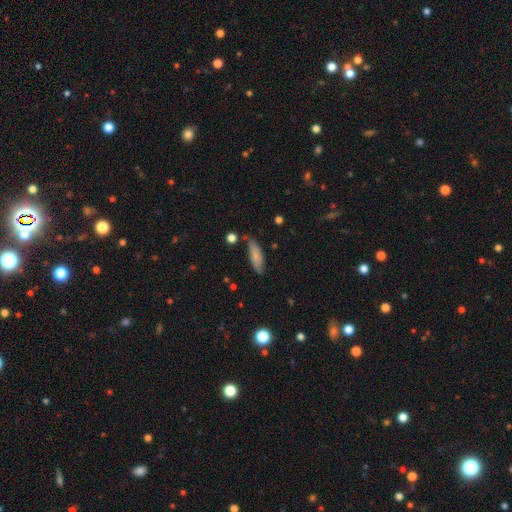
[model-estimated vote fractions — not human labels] This appears to be a smooth galaxy with no disk features (73%) that is in between round and cigar-shaped (52%). Merging: none (65%).